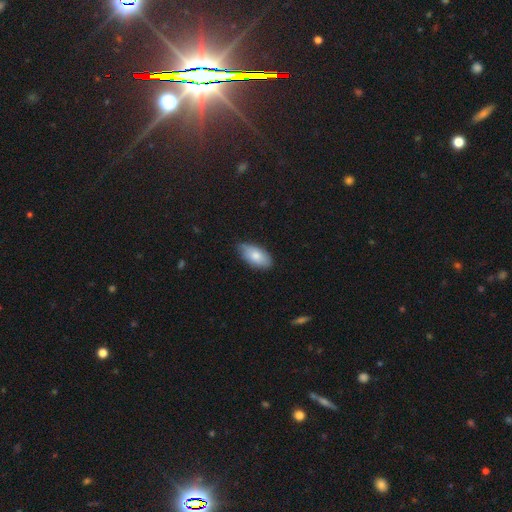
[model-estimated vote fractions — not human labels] The model was most divided on "merging": none: 72%, minor disturbance: 24%, major disturbance: 3%, merger: 1%. More confident: how rounded — in between (92%); smooth or featured — smooth (79%).